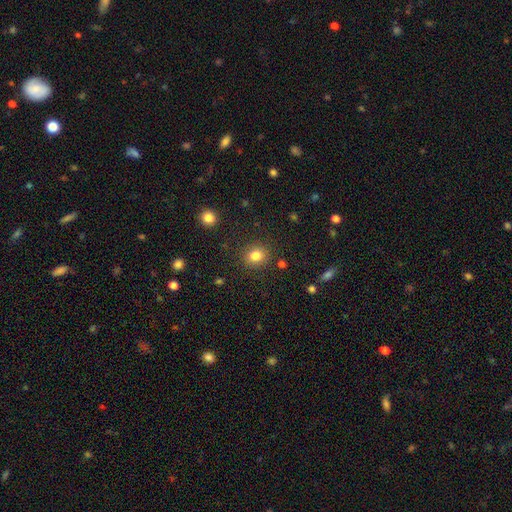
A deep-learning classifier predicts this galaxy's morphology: Smooth or featured: smooth — 82% (star or artifact — 12%)
How rounded: round — 75% (in between — 24%)
Merging: none — 87% (minor disturbance — 8%)